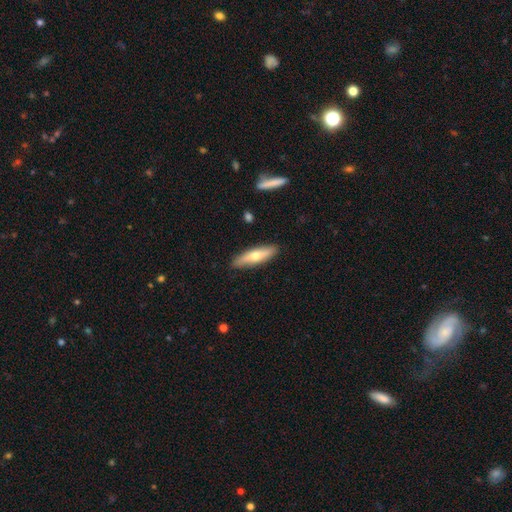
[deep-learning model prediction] Smooth or featured? Predicted: smooth (p=0.56). How rounded? Predicted: cigar-shaped (p=0.70). Merging? Predicted: none (p=0.87).